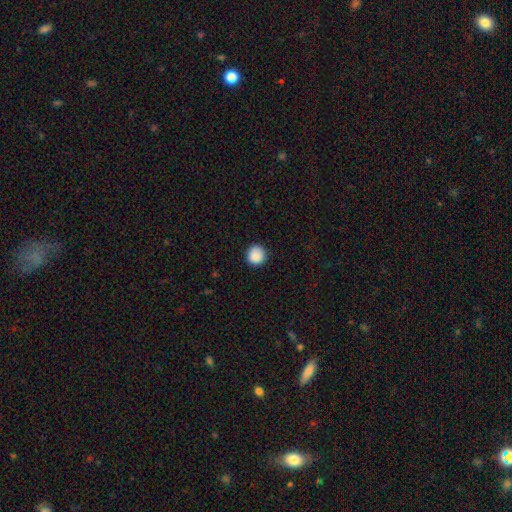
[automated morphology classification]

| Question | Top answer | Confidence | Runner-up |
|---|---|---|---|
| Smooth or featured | smooth | 89% | star or artifact (8%) |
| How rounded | round | 94% | in between (5%) |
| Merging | none | 90% | minor disturbance (7%) |